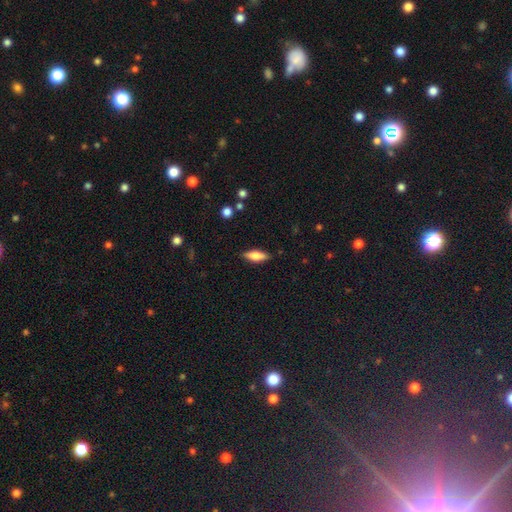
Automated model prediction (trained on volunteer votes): Morphology: type=smooth (67%); roundness=in between (61%); merging=none (86%).